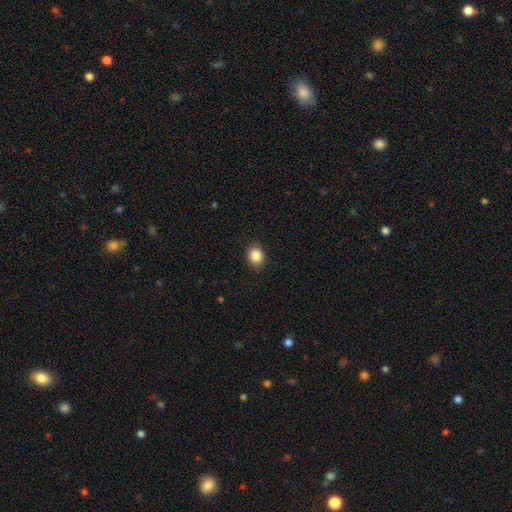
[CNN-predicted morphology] type=smooth (86%); roundness=round (55%); merging=none (88%).